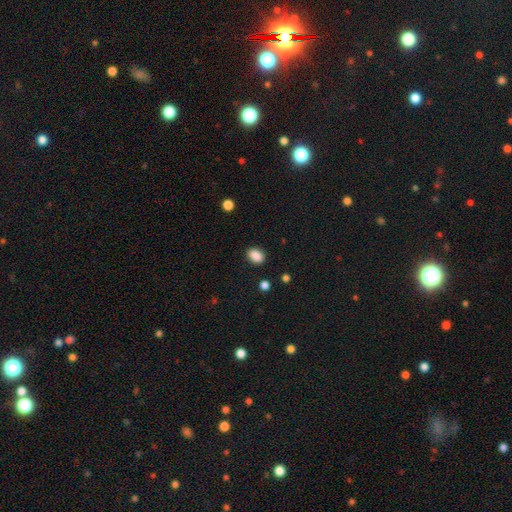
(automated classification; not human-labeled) smooth_or_featured: smooth (p=0.88) [alt: star or artifact p=0.09]
how_rounded: in between (p=0.72) [alt: round p=0.27]
merging: none (p=0.87) [alt: minor disturbance p=0.09]